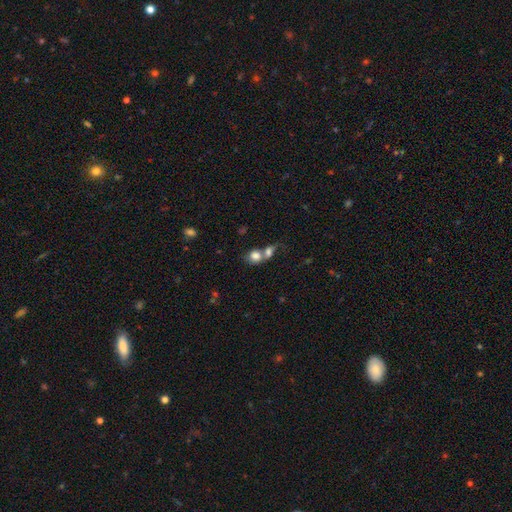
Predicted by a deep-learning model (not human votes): Overall: smooth (77%). How rounded: round (70%). Merging: merger (66%).